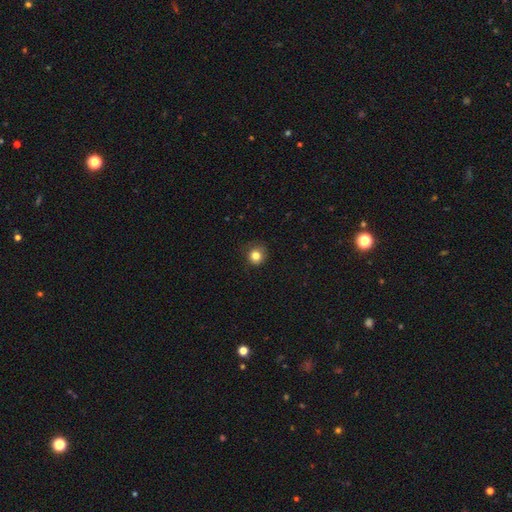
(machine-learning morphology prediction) This appears to be a smooth galaxy with no disk features (82%) that is round (90%). Merging: none (80%).